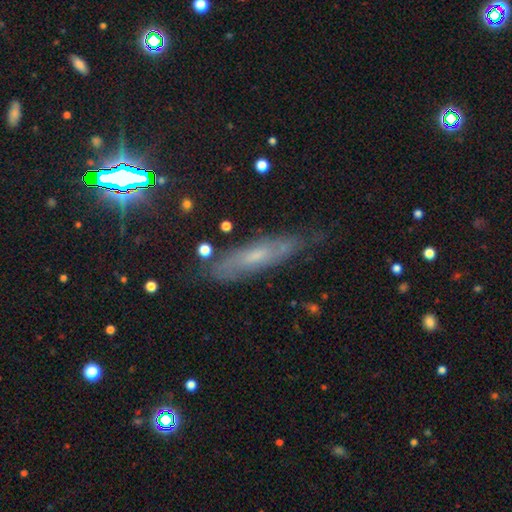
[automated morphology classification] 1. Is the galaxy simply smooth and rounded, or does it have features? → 47% featured or disk, 39% smooth, 13% star or artifact.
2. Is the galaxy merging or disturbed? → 68% none, 23% minor disturbance, 6% major disturbance, 2% merger.